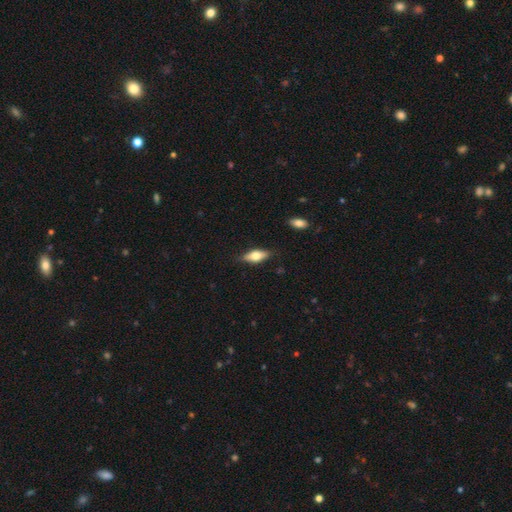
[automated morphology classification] smooth 59%, featured or disk 34%, star or artifact 7%. Down the decision tree: how rounded — in between (73%); merging — none (82%).